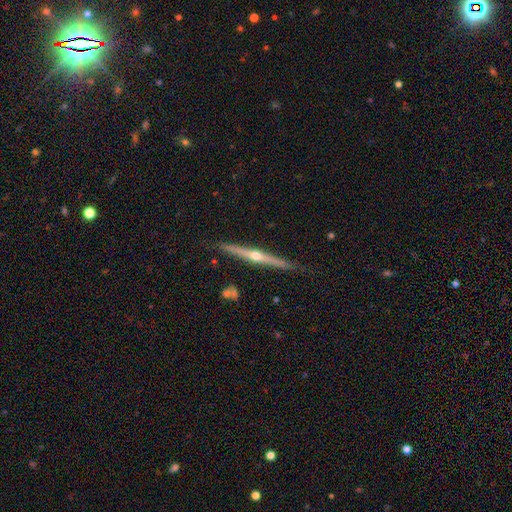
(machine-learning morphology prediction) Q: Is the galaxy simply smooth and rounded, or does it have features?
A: featured or disk — 84%.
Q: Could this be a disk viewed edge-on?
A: yes — 98%.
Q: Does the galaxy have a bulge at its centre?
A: rounded — 91%.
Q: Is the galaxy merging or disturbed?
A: none — 89%.